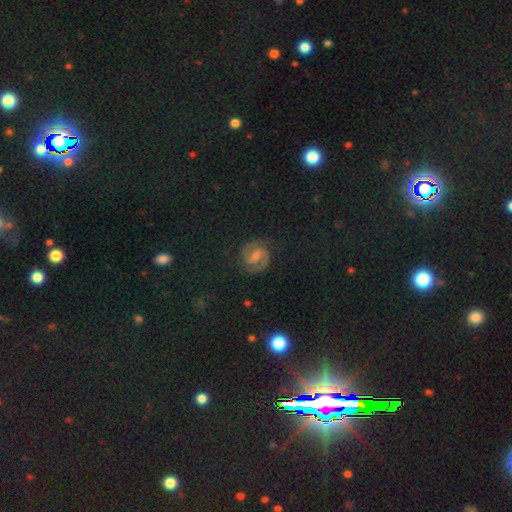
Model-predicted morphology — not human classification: featured or disk 79%, star or artifact 11%, smooth 10%. Down the decision tree: edge-on disk — no (98%); bar — weak (58%); spiral arms — yes (97%); spiral arm count — 2 (94%); spiral winding — medium (55%); bulge size — small (42%); merging — none (85%).